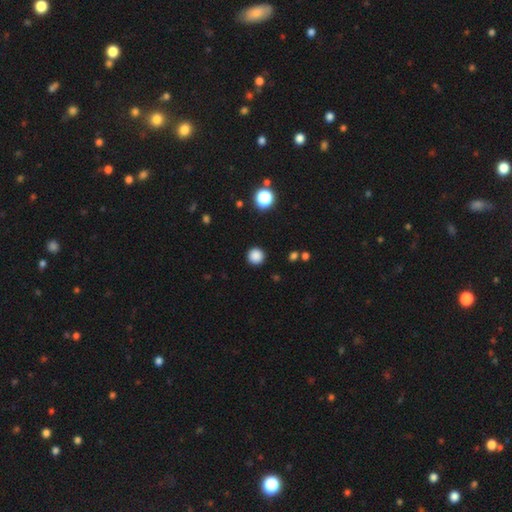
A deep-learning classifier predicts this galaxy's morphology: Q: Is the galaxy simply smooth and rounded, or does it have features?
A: smooth — 86%.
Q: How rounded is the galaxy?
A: round — 95%.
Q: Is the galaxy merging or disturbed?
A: none — 92%.